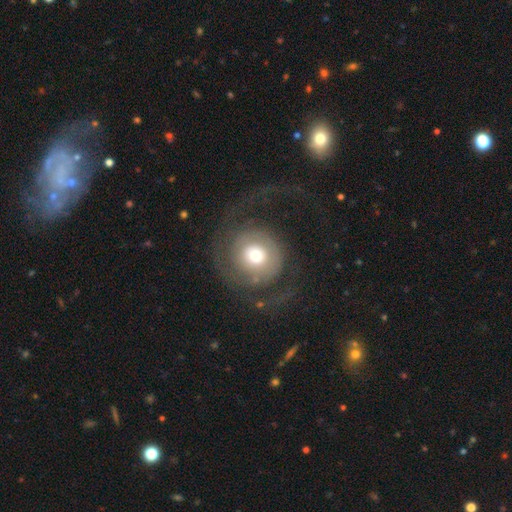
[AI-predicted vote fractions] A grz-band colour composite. It shows a featured or disk galaxy (54%) with no bar (85%), spiral arms (65%) and a moderate central bulge (58%). Merging: none (52%).